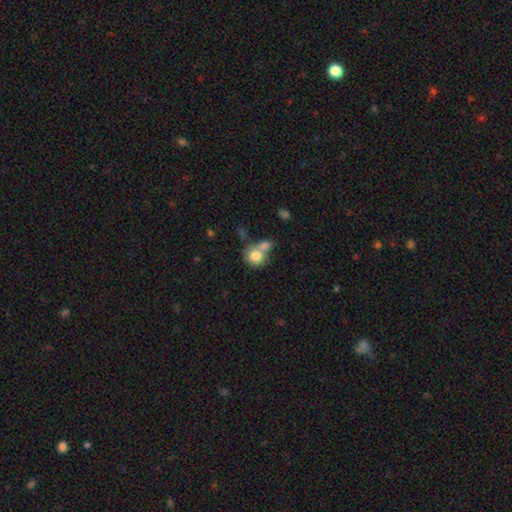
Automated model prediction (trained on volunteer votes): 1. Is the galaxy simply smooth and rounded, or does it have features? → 77% smooth, 14% featured or disk, 9% star or artifact.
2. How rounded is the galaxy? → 81% round, 18% in between, 1% cigar-shaped.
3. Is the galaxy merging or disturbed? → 51% merger, 36% none, 9% minor disturbance, 4% major disturbance.